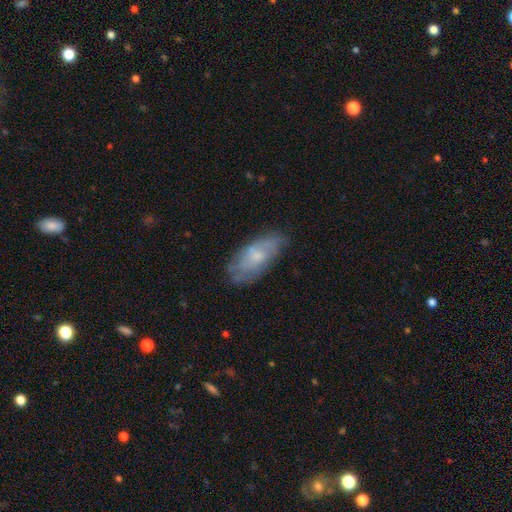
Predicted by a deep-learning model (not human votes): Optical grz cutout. It shows a smooth galaxy with no disk features (48%). Merging: none (67%).